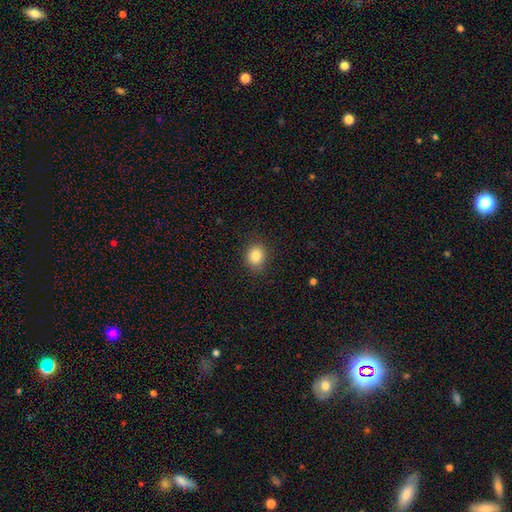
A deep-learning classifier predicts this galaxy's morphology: The model was most divided on "how rounded": round: 70%, in between: 29%, cigar-shaped: 1%. More confident: merging — none (88%); smooth or featured — smooth (84%).